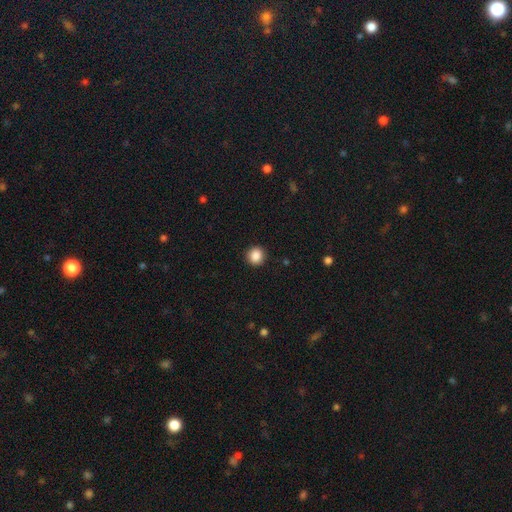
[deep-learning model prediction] Smooth or featured? Predicted: smooth (p=0.87). How rounded? Predicted: round (p=0.92). Merging? Predicted: none (p=0.92).